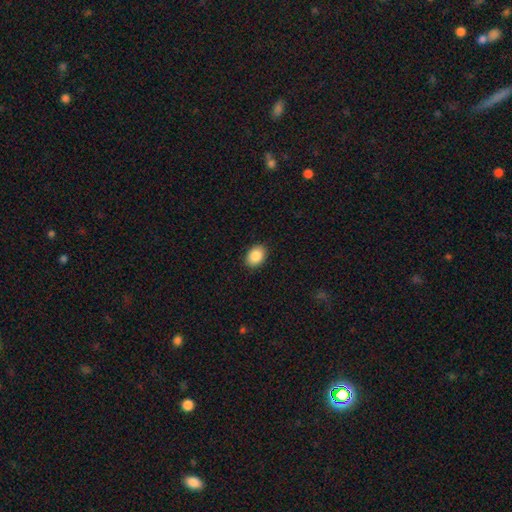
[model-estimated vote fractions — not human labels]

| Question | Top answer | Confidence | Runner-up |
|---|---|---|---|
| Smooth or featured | smooth | 88% | star or artifact (7%) |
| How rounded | in between | 77% | round (22%) |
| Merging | none | 90% | minor disturbance (8%) |